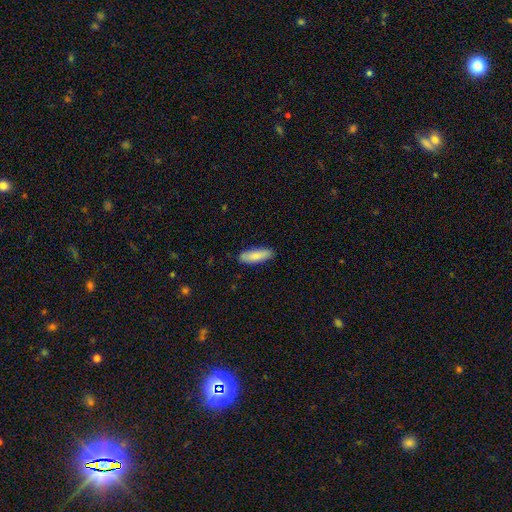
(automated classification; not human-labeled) smooth 85%, featured or disk 10%, star or artifact 5%. Down the decision tree: how rounded — in between (53%); merging — none (86%).